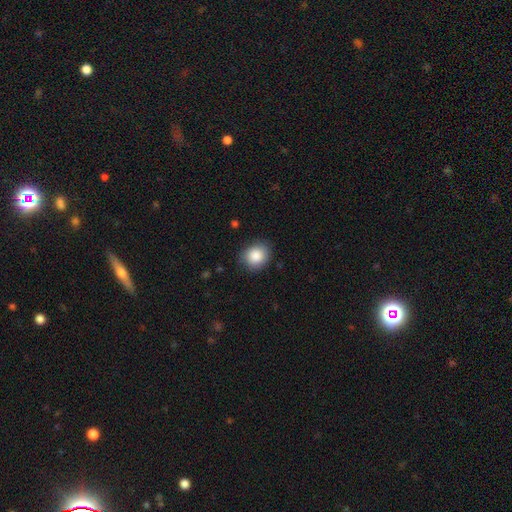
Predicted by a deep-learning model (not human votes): The model was most divided on "how rounded": round: 70%, in between: 29%, cigar-shaped: 1%. More confident: smooth or featured — smooth (87%); merging — none (83%).